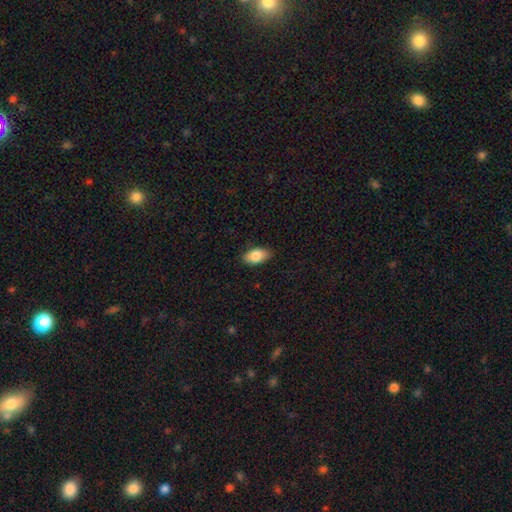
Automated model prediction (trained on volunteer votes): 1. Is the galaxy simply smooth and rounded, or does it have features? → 84% smooth, 9% featured or disk, 7% star or artifact.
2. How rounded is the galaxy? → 92% in between, 5% round, 3% cigar-shaped.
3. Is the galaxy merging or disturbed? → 86% none, 11% minor disturbance, 2% major disturbance, 1% merger.